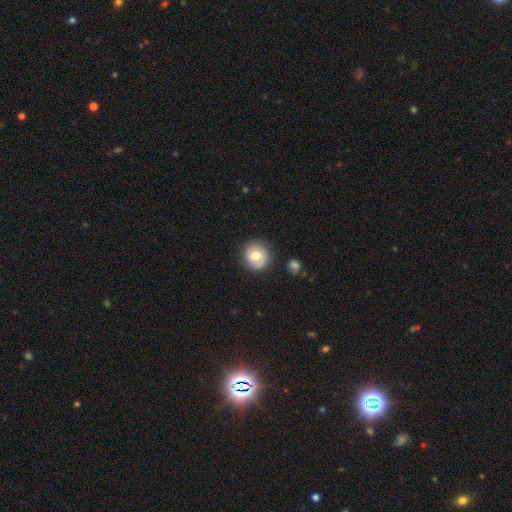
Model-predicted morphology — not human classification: type=smooth (48%); merging=none (78%).